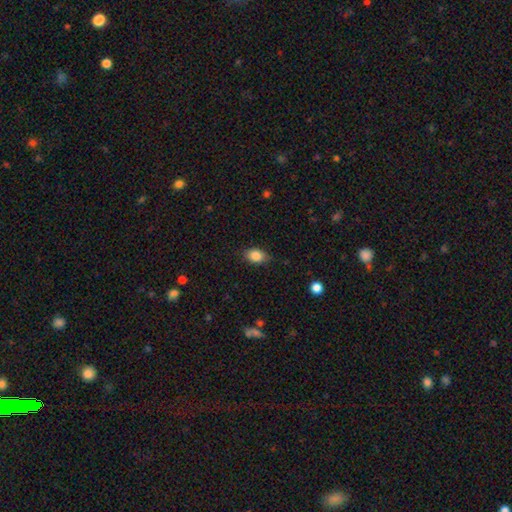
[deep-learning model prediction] Morphology: type=smooth (86%); roundness=in between (79%); merging=none (80%).